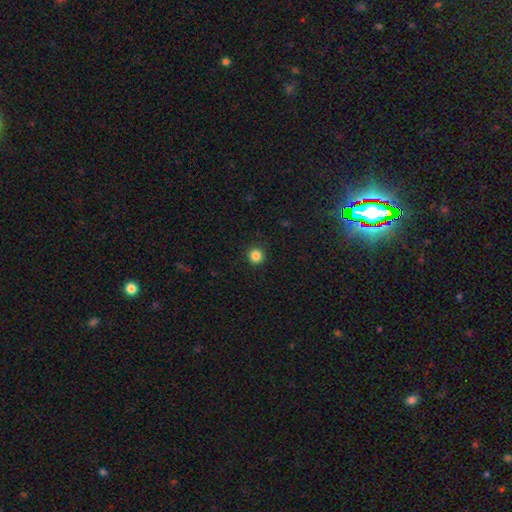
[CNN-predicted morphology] type=smooth (85%); roundness=round (94%); merging=none (92%).